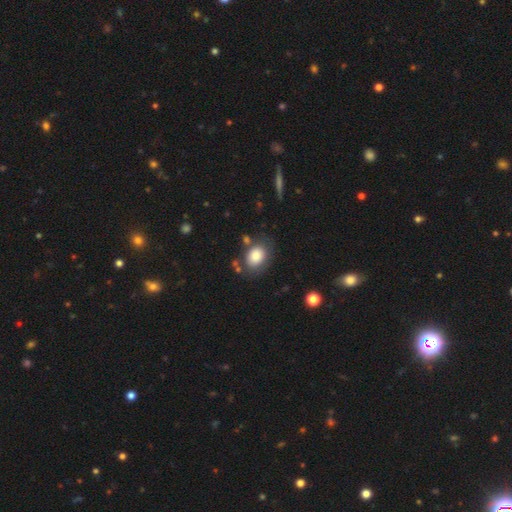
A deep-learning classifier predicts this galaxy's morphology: smooth-or-featured: smooth: 83% | featured or disk: 9% | star or artifact: 8%
  how-rounded: in between: 64% | round: 35% | cigar-shaped: 1%
  merging: none: 71% | minor disturbance: 16% | major disturbance: 7% | merger: 6%